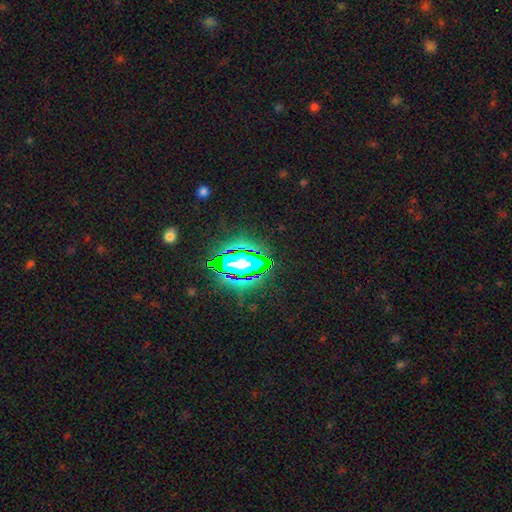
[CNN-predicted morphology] Smooth or featured?
  - star or artifact: 82% *
  - smooth: 11%
  - featured or disk: 7%